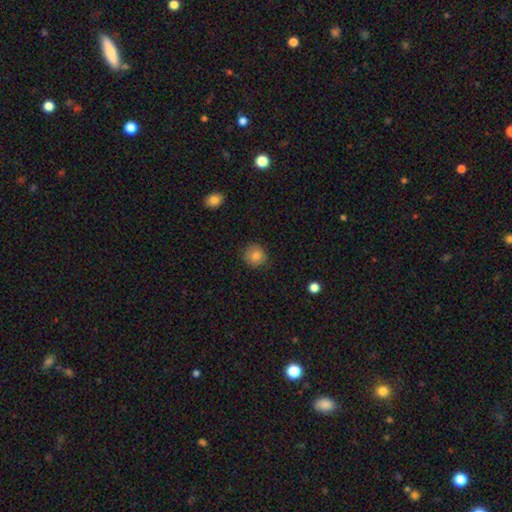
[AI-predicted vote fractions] Q: Smooth or featured?
A: smooth (82%); runner-up: star or artifact (10%)
Q: How rounded?
A: round (90%); runner-up: in between (9%)
Q: Merging?
A: none (85%); runner-up: minor disturbance (11%)